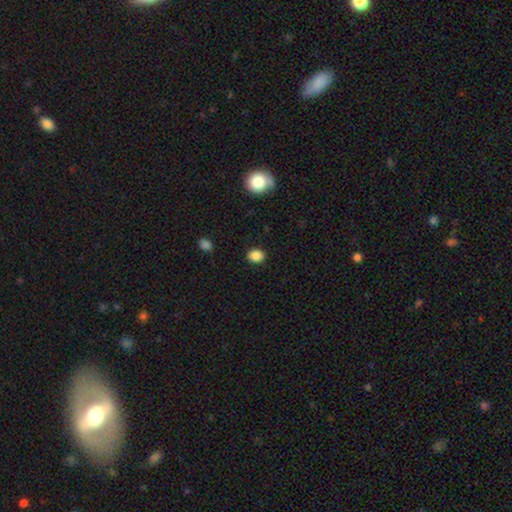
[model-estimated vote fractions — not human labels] A smooth galaxy with no disk features (87%) that is round (60%).

Vote fractions:
- Smooth or featured? smooth: 87% / star or artifact: 10% / featured or disk: 3%
- How rounded? round: 60% / in between: 39% / cigar-shaped: 1%
- Merging? none: 90% / minor disturbance: 7% / major disturbance: 2% / merger: 1%